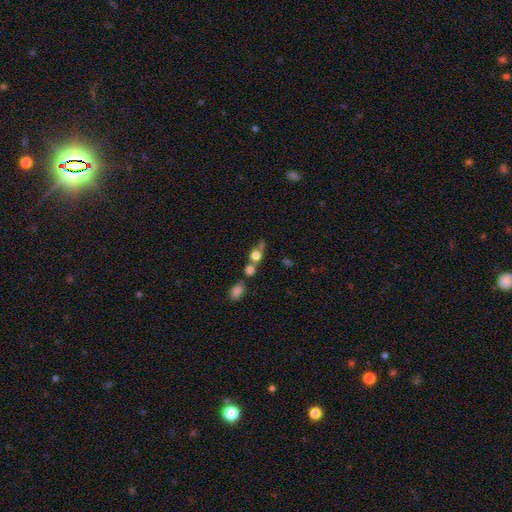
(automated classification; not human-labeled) A smooth galaxy with no disk features (71%) that is round (66%). Merging: merger (47%).